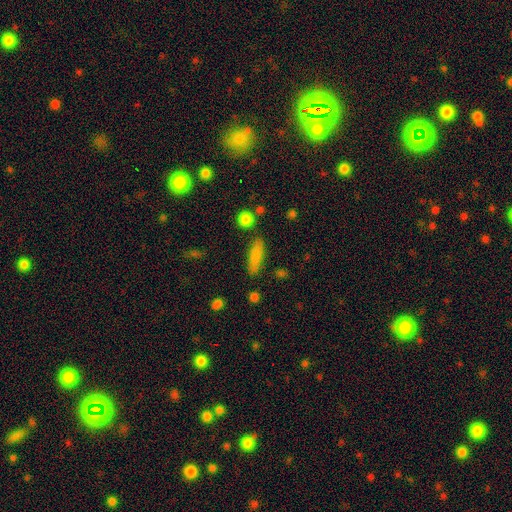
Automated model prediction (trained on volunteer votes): The model was most divided on "how rounded": cigar-shaped: 62%, in between: 35%, round: 3%. More confident: merging — none (83%); smooth or featured — smooth (83%).